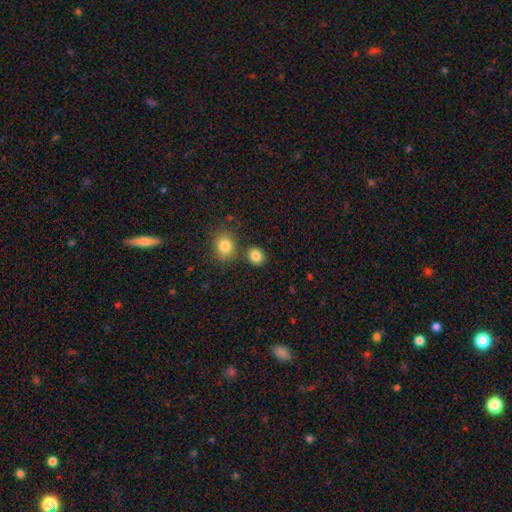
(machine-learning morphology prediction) smooth_or_featured: smooth (p=0.84) [alt: star or artifact p=0.10]
how_rounded: round (p=0.70) [alt: in between p=0.29]
merging: none (p=0.78) [alt: merger p=0.11]